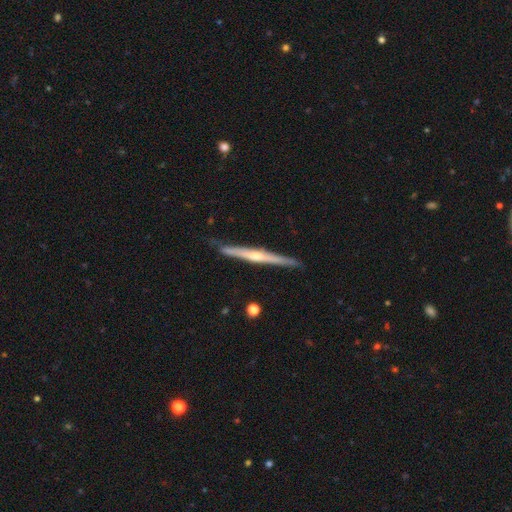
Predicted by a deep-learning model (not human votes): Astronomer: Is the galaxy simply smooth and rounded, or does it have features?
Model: featured or disk — 70%.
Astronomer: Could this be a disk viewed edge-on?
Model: yes — 97%.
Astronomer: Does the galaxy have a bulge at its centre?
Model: rounded — 68%.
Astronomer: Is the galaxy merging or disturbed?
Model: none — 84%.